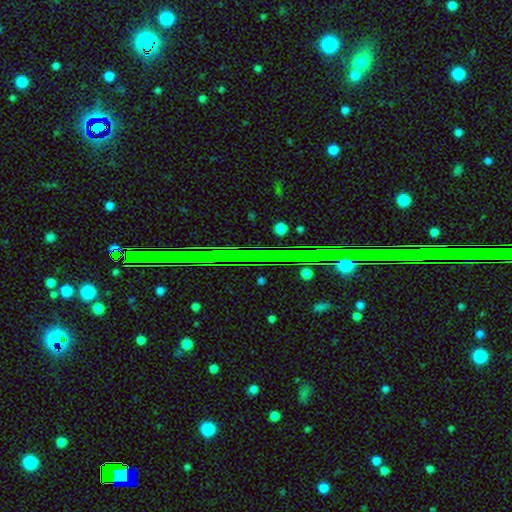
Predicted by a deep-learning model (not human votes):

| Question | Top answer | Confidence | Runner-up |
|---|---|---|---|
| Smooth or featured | star or artifact | 65% | featured or disk (24%) |